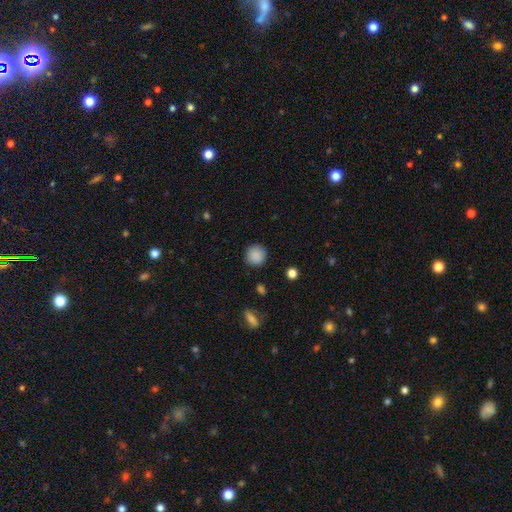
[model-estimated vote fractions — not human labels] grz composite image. It shows a smooth galaxy with no disk features (87%) that is round (92%). Merging: none (87%).